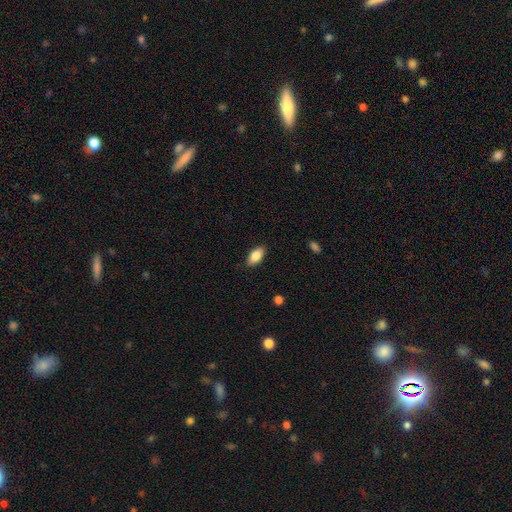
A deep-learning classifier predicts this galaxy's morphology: smooth_or_featured: smooth (p=0.82) [alt: featured or disk p=0.11]
how_rounded: in between (p=0.90) [alt: cigar-shaped p=0.06]
merging: none (p=0.87) [alt: minor disturbance p=0.10]